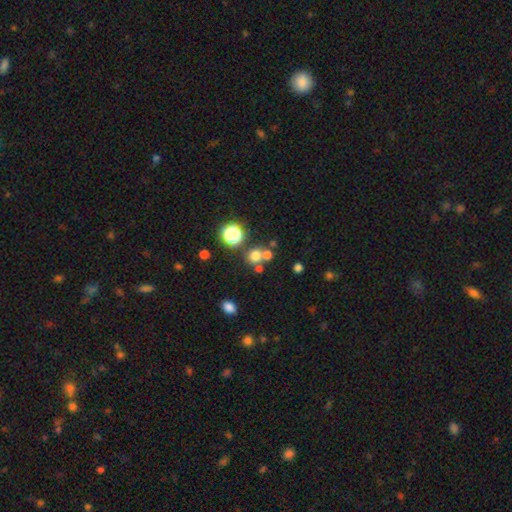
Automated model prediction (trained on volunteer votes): smooth-or-featured: smooth: 69% | star or artifact: 22% | featured or disk: 9%
  how-rounded: round: 87% | in between: 12% | cigar-shaped: 1%
  merging: none: 59% | merger: 30% | minor disturbance: 7% | major disturbance: 4%